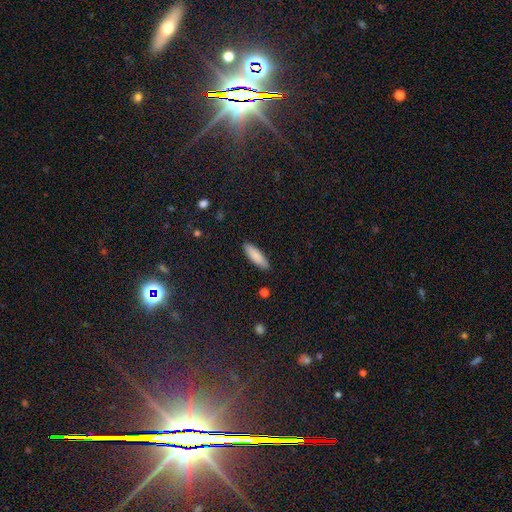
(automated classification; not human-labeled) smooth-or-featured: smooth: 86% | featured or disk: 8% | star or artifact: 6%
  how-rounded: cigar-shaped: 52% | in between: 46% | round: 2%
  merging: none: 88% | minor disturbance: 9% | major disturbance: 2% | merger: 1%